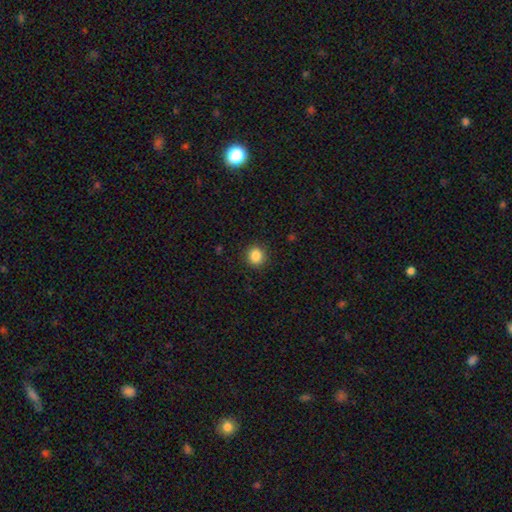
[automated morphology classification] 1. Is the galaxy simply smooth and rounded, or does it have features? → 86% smooth, 10% star or artifact, 4% featured or disk.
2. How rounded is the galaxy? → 84% round, 15% in between, 1% cigar-shaped.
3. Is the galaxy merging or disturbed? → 90% none, 6% minor disturbance, 2% major disturbance, 1% merger.